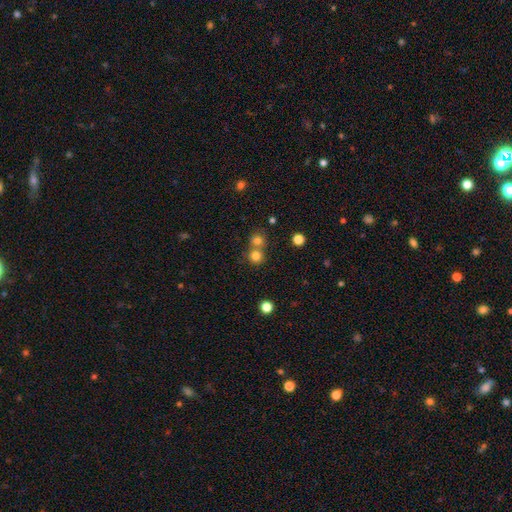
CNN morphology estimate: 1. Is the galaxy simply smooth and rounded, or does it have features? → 78% smooth, 15% star or artifact, 7% featured or disk.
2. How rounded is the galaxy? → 91% round, 8% in between, 1% cigar-shaped.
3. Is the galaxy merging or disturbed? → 56% none, 36% merger, 5% minor disturbance, 2% major disturbance.